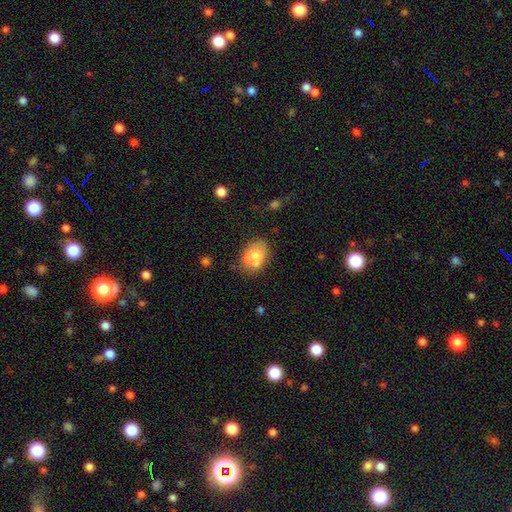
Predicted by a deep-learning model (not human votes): This is likely a smooth galaxy (61%). How rounded: likely in between (68%). Merging: marginally none (44%).